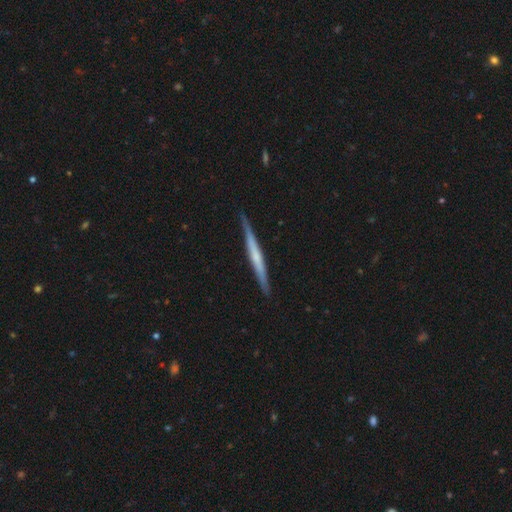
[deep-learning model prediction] Smooth or featured: featured or disk — 60% (smooth — 35%)
Edge-on disk: yes — 97% (no — 3%)
Edge-on bulge: none — 64% (rounded — 25%)
Merging: none — 88% (minor disturbance — 10%)